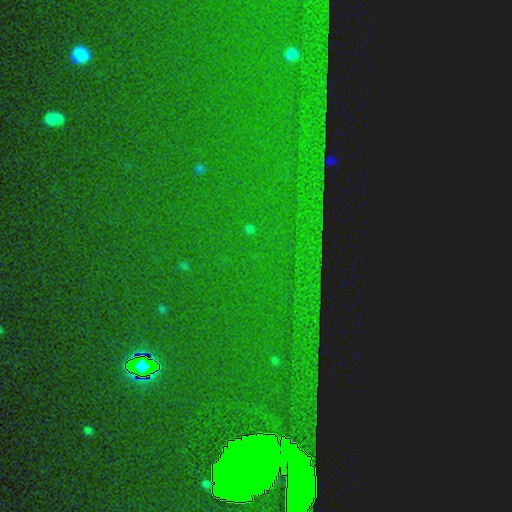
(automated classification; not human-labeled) Overall: star or artifact (85%).